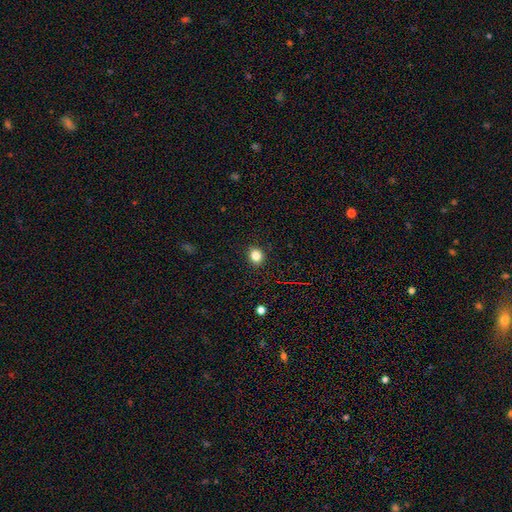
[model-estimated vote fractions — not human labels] smooth-or-featured: smooth: 83% | star or artifact: 12% | featured or disk: 5%
  how-rounded: round: 74% | in between: 25% | cigar-shaped: 1%
  merging: none: 91% | minor disturbance: 6% | major disturbance: 2% | merger: 1%